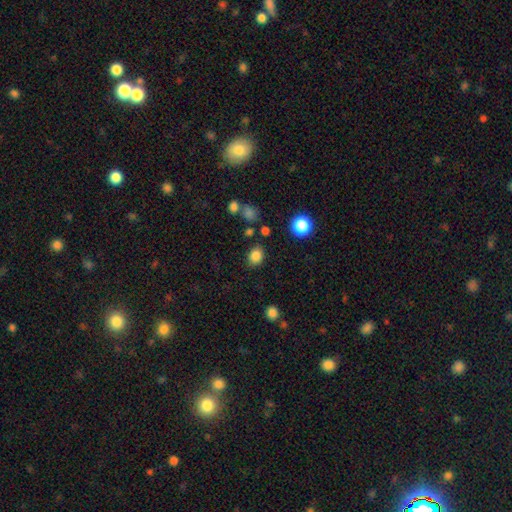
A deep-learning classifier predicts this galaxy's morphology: The model was most divided on "how rounded": round: 52%, in between: 47%, cigar-shaped: 1%. More confident: smooth or featured — smooth (84%); merging — none (83%).